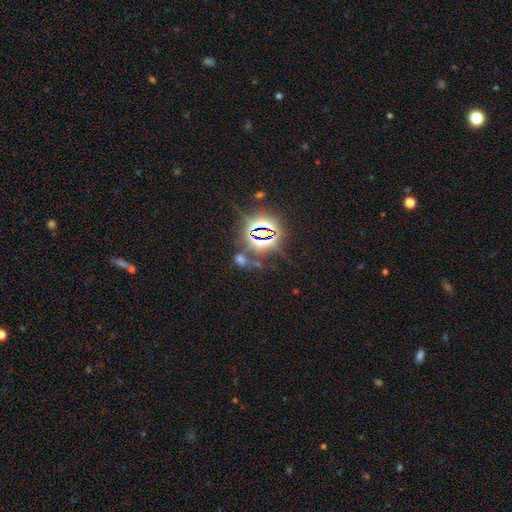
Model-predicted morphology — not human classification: smooth-or-featured: star or artifact: 82% | smooth: 11% | featured or disk: 7%